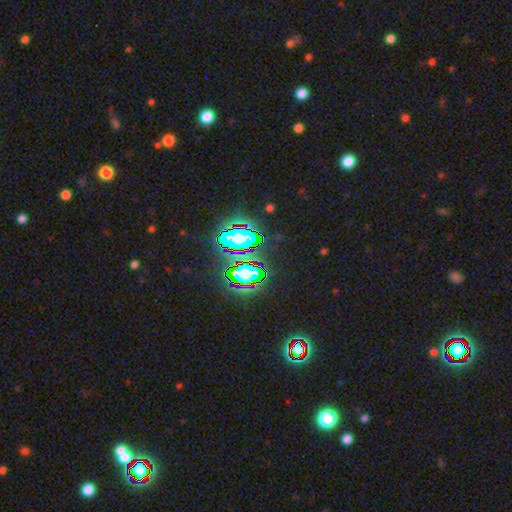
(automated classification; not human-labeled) Overall: star or artifact (84%).